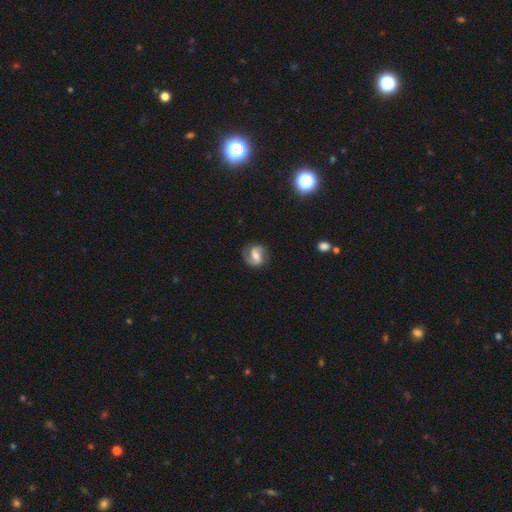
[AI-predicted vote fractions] This is likely a featured or disk galaxy (77%). It is clearly not viewed edge-on (98%). Bar: possibly weak (48%). Spiral arm pattern: clearly yes (94%). Spiral arm count: clearly 2 (88%). Spiral winding: possibly medium (49%). Central bulge: likely moderate (61%). Merging: clearly none (82%).